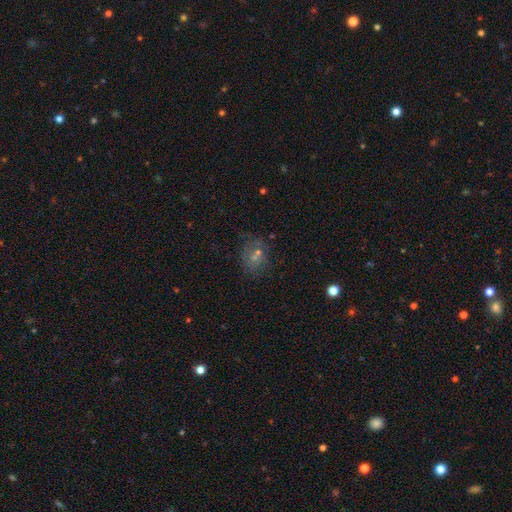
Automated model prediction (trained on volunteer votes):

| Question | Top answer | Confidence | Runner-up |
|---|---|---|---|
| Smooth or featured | smooth | 56% | star or artifact (22%) |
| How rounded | round | 63% | in between (36%) |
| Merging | none | 58% | merger (18%) |